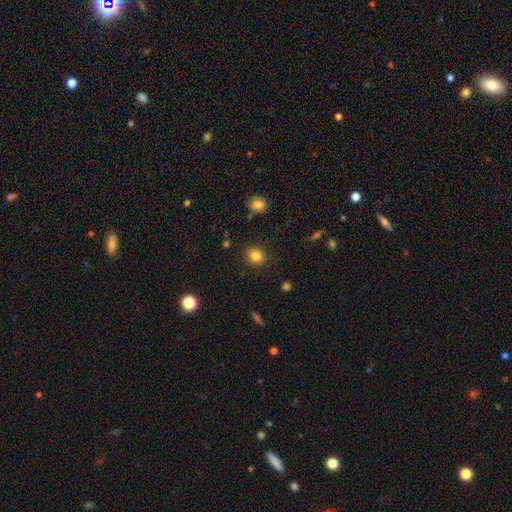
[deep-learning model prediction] Smooth or featured? smooth (84%)
How rounded? round (86%)
Merging? none (90%)